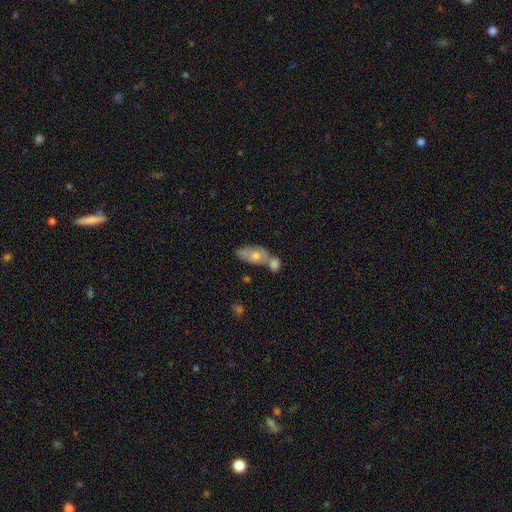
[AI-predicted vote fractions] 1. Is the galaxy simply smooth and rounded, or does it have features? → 55% smooth, 37% featured or disk, 8% star or artifact.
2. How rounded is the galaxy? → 82% in between, 9% cigar-shaped, 9% round.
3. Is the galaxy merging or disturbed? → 51% merger, 31% none, 13% minor disturbance, 5% major disturbance.